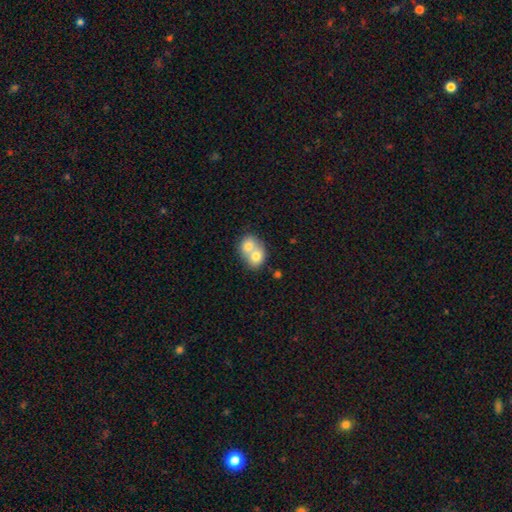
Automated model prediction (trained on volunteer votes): Overall: smooth (70%). How rounded: round (56%; in between 43%). Merging: merger (76%).